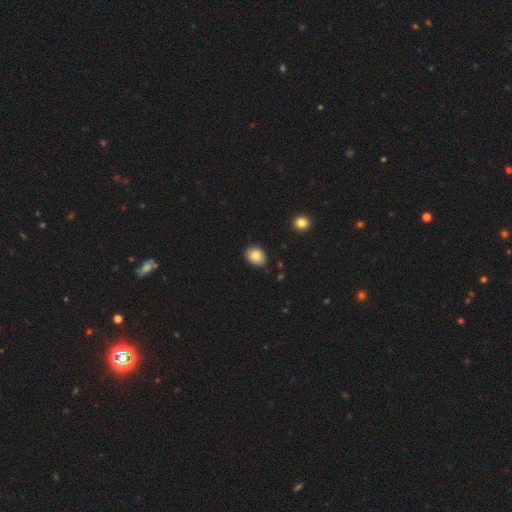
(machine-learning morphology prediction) A smooth galaxy with no disk features (86%) that is in between round and cigar-shaped (66%).

Vote fractions:
- Smooth or featured? smooth: 86% / star or artifact: 8% / featured or disk: 6%
- How rounded? in between: 66% / round: 33% / cigar-shaped: 1%
- Merging? none: 84% / minor disturbance: 13% / major disturbance: 2% / merger: 1%